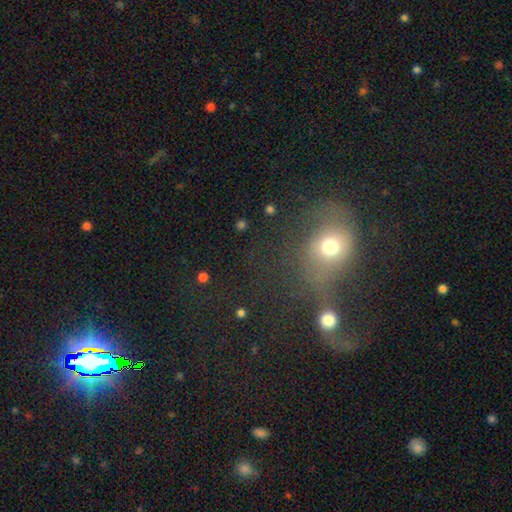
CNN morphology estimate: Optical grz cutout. It shows a smooth galaxy with no disk features (44%). Merging: merger (34%).